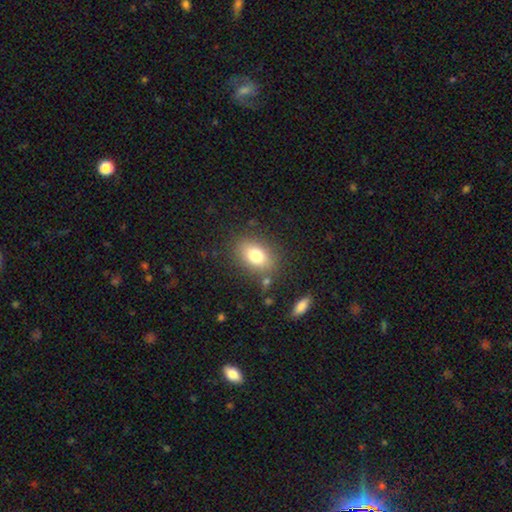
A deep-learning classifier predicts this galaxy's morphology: A smooth galaxy with no disk features (79%) that is in between round and cigar-shaped (80%).

Vote fractions:
- Smooth or featured? smooth: 79% / featured or disk: 11% / star or artifact: 9%
- How rounded? in between: 80% / round: 18% / cigar-shaped: 2%
- Merging? none: 80% / minor disturbance: 12% / major disturbance: 4% / merger: 4%